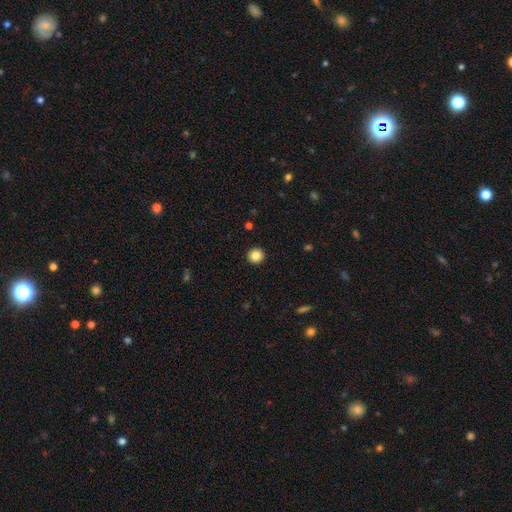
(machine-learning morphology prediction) type=smooth (85%); roundness=round (95%); merging=none (93%).